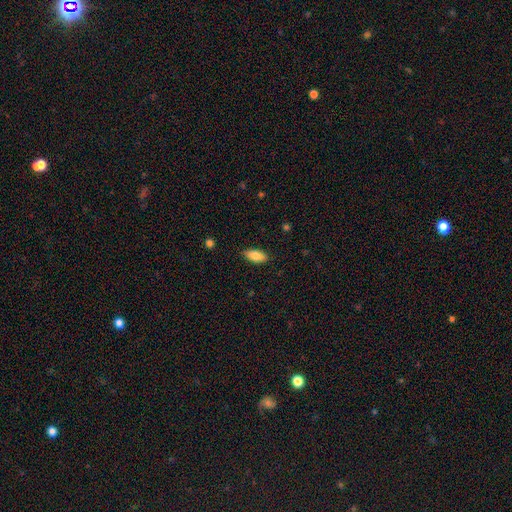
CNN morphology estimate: Smooth or featured? smooth (84%)
How rounded? in between (87%)
Merging? none (85%)